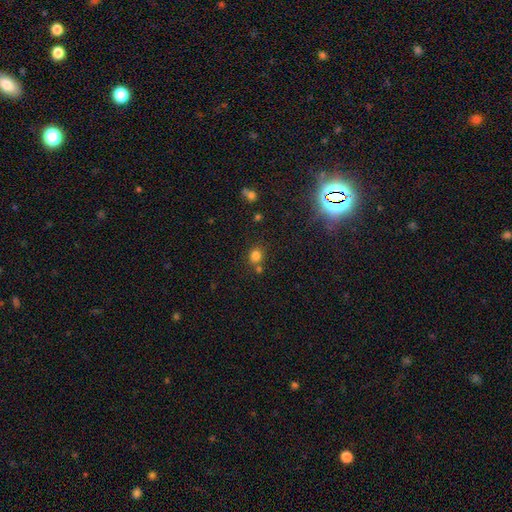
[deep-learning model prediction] Smooth or featured? Predicted: smooth (p=0.79). How rounded? Predicted: round (p=0.78). Merging? Predicted: none (p=0.66).